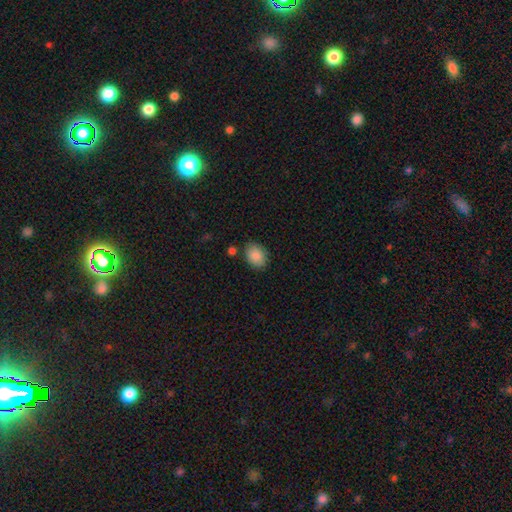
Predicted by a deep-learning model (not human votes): Overall: smooth (89%). How rounded: in between (72%). Merging: none (81%).